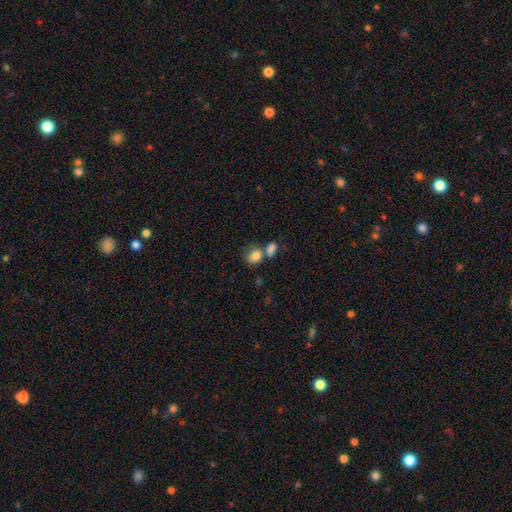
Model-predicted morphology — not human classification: Q: Smooth or featured?
A: smooth (82%); runner-up: star or artifact (9%)
Q: How rounded?
A: round (54%); runner-up: in between (45%)
Q: Merging?
A: merger (40%); tied with: none (40%)